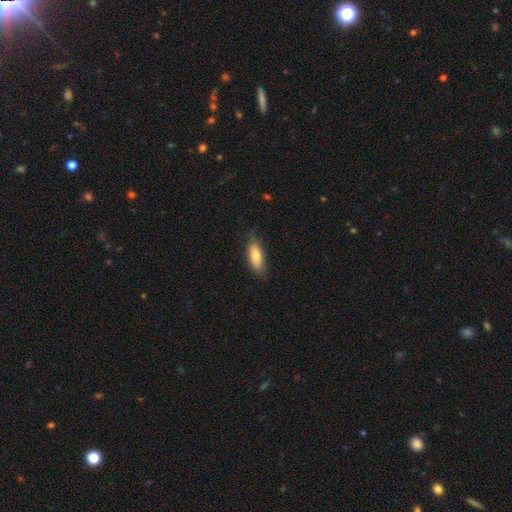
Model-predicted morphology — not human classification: Overall: smooth (76%). How rounded: in between (70%). Merging: none (75%).